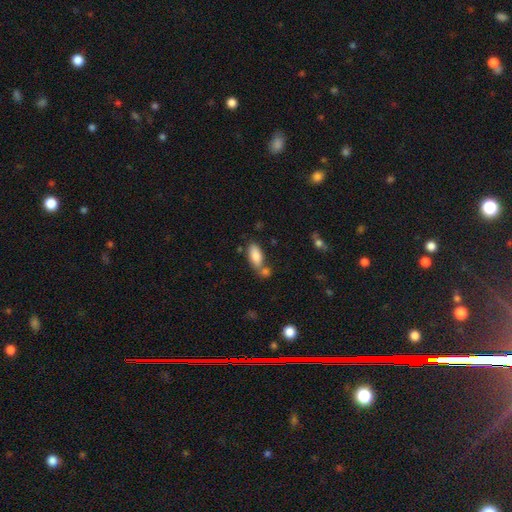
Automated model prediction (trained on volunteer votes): smooth_or_featured: smooth (p=0.85) [alt: featured or disk p=0.08]
how_rounded: in between (p=0.87) [alt: cigar-shaped p=0.10]
merging: none (p=0.53) [alt: merger p=0.28]